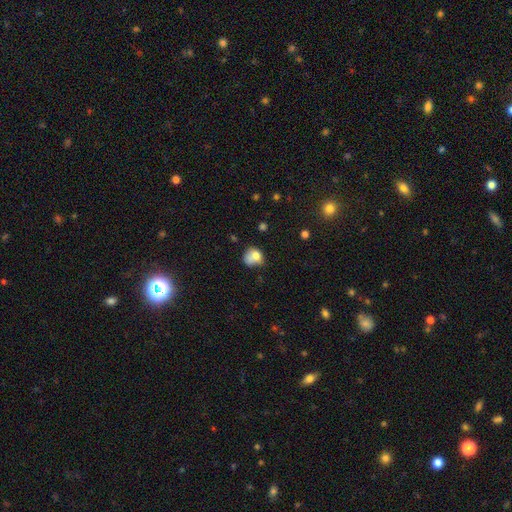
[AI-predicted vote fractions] smooth_or_featured: smooth (p=0.73) [alt: featured or disk p=0.16]
how_rounded: round (p=0.57) [alt: in between p=0.42]
merging: none (p=0.32) [alt: minor disturbance p=0.28]